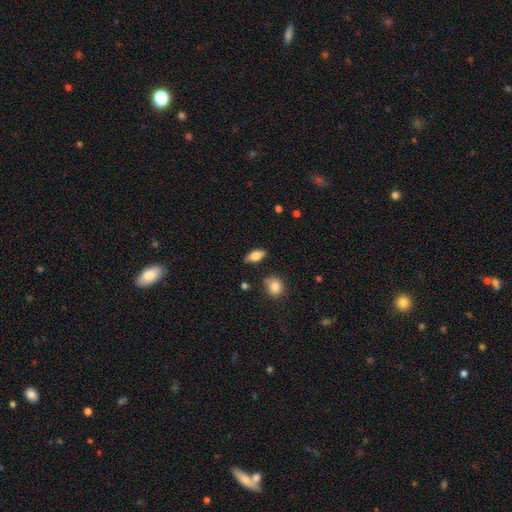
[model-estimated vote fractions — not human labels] Smooth or featured? smooth (68%)
How rounded? in between (81%)
Merging? none (81%)